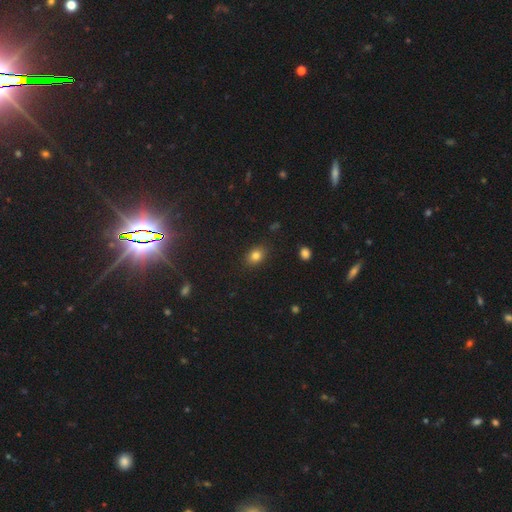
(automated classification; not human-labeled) Smooth or featured? Predicted: smooth (p=0.81). How rounded? Predicted: in between (p=0.67). Merging? Predicted: none (p=0.86).